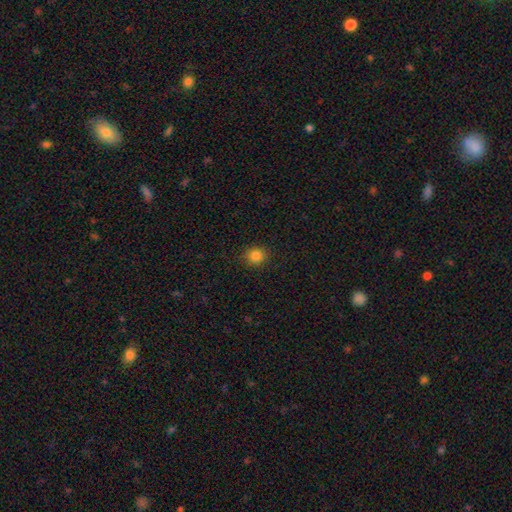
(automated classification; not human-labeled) This is clearly a smooth galaxy (83%). How rounded: clearly round (85%). Merging: clearly none (89%).